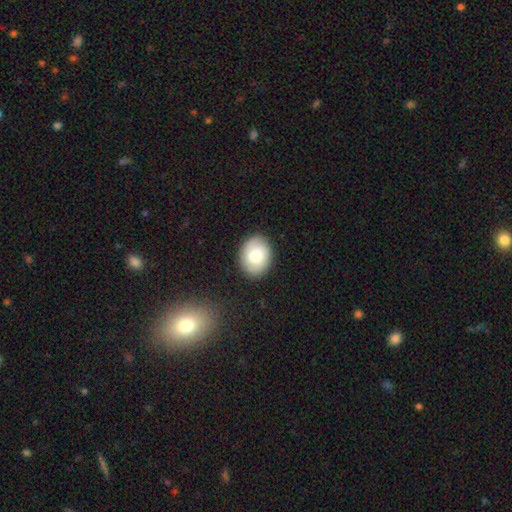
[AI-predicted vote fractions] Smooth or featured? smooth (79%)
How rounded? in between (60%)
Merging? none (88%)